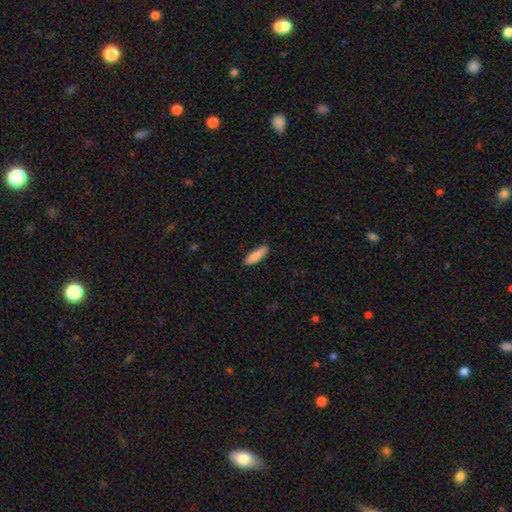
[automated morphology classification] smooth_or_featured: smooth (p=0.88) [alt: featured or disk p=0.07]
how_rounded: cigar-shaped (p=0.59) [alt: in between p=0.40]
merging: none (p=0.83) [alt: minor disturbance p=0.13]